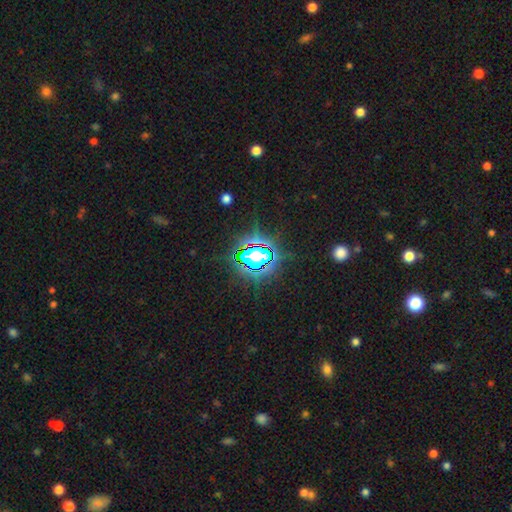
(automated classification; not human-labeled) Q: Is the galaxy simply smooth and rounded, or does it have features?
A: star or artifact — 77%.